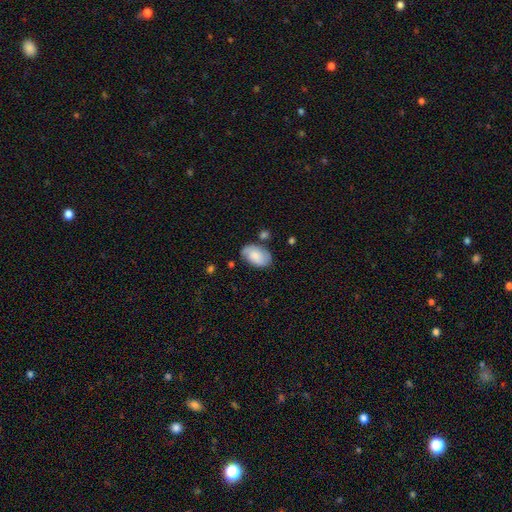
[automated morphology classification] This appears to be a smooth galaxy with no disk features (69%) that is in between round and cigar-shaped (92%). Merging: none (65%).